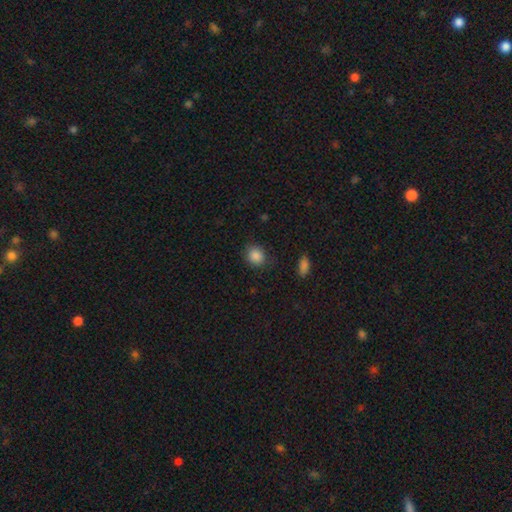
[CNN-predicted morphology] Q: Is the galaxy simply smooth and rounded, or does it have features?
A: smooth — 87%.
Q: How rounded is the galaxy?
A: round — 75%.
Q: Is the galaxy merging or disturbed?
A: none — 82%.